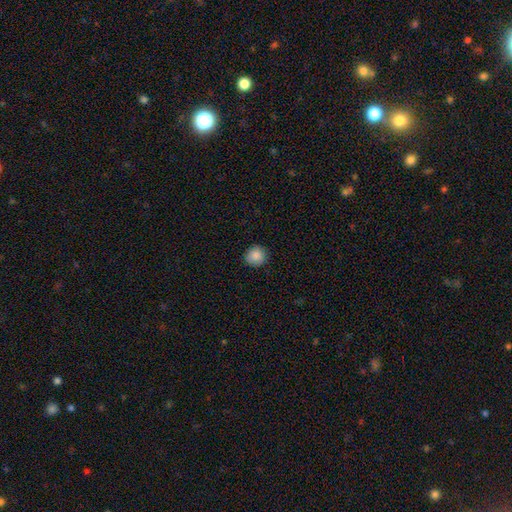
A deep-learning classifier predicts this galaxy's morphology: type=smooth (88%); roundness=round (93%); merging=none (90%).